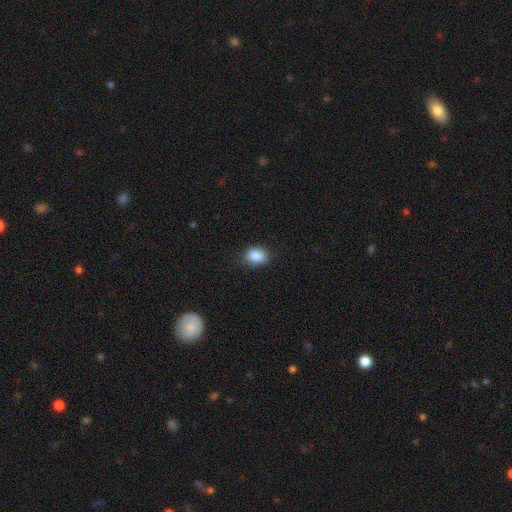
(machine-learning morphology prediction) type=smooth (88%); roundness=in between (59%); merging=none (83%).